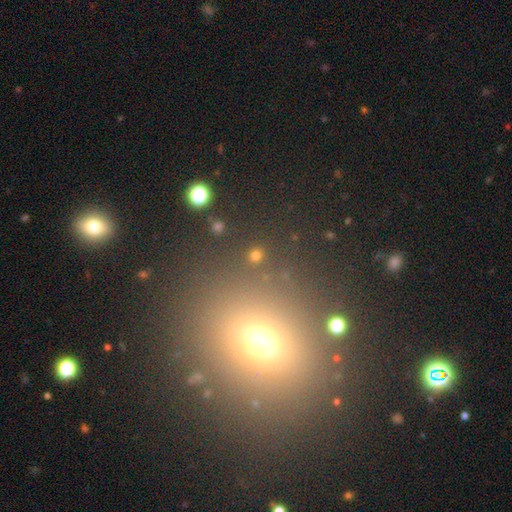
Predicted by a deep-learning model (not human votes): A smooth galaxy with no disk features (74%) that is round (89%). Merging: none (87%).